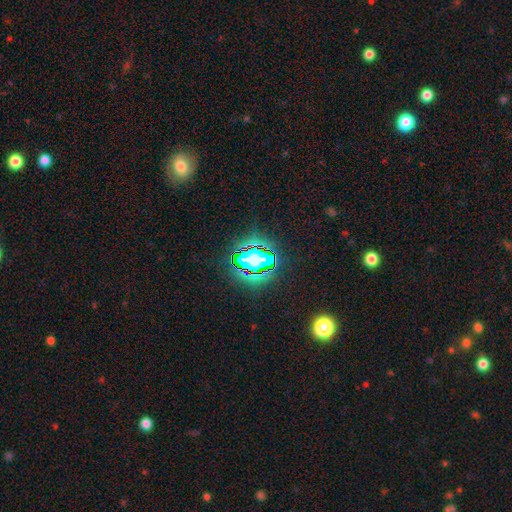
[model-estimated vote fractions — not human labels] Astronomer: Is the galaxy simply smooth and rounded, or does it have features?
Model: star or artifact — 79%.